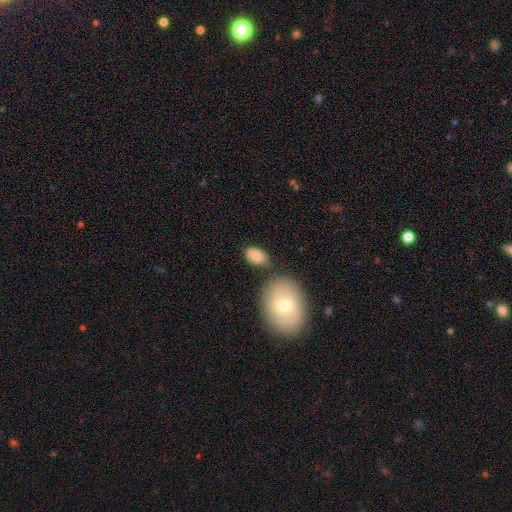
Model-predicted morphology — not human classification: smooth 85%, featured or disk 8%, star or artifact 8%. Down the decision tree: how rounded — in between (89%); merging — none (64%).